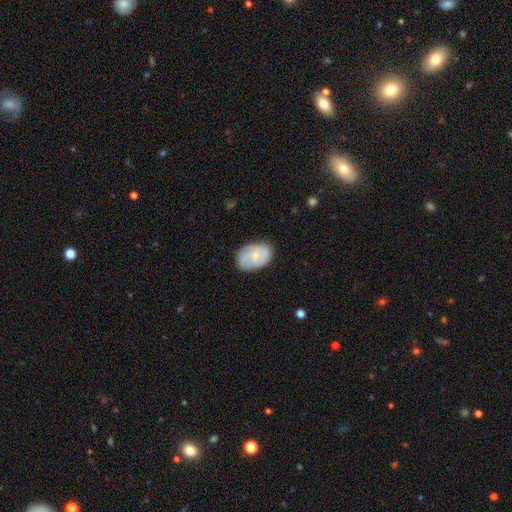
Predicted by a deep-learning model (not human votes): Q: Smooth or featured?
A: featured or disk (49%); runner-up: smooth (45%)
Q: Merging?
A: none (75%); runner-up: minor disturbance (19%)